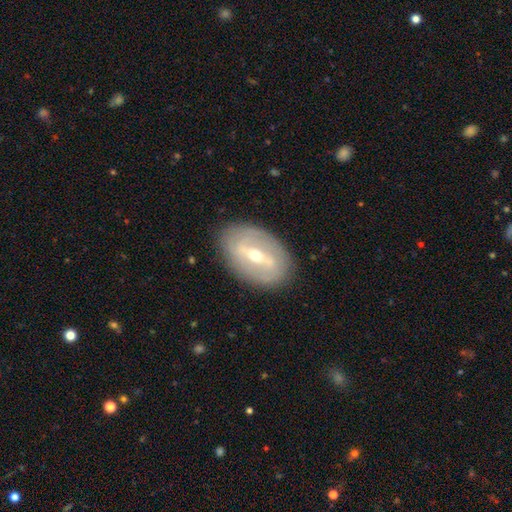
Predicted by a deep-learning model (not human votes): Smooth or featured? Predicted: featured or disk (p=0.76). Edge-on disk? Predicted: no (p=0.90). Bar? Predicted: strong (p=0.52). Spiral arms? Predicted: yes (p=0.54). Bulge size? Predicted: moderate (p=0.52). Merging? Predicted: none (p=0.85).